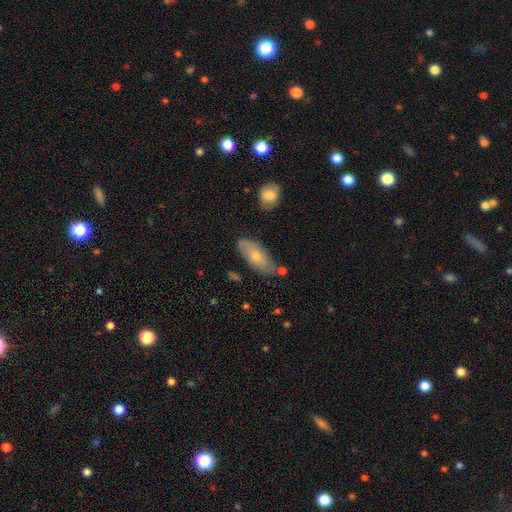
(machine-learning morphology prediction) Q: Smooth or featured?
A: smooth (52%); runner-up: featured or disk (40%)
Q: How rounded?
A: in between (82%); runner-up: cigar-shaped (14%)
Q: Merging?
A: none (68%); runner-up: minor disturbance (21%)